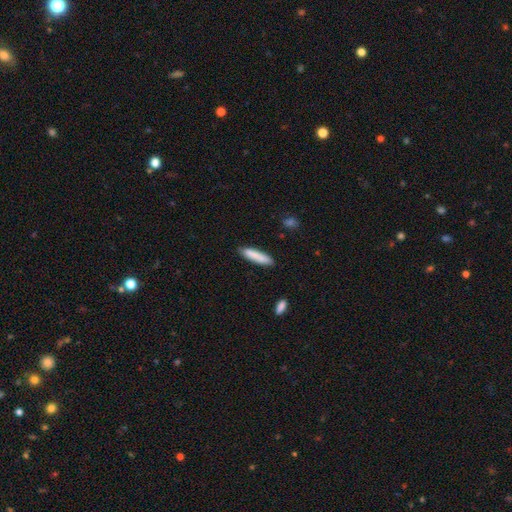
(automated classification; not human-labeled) A smooth galaxy with no disk features (85%) that is cigar-shaped (82%).

Vote fractions:
- Smooth or featured? smooth: 85% / featured or disk: 9% / star or artifact: 6%
- How rounded? cigar-shaped: 82% / in between: 17% / round: 1%
- Merging? none: 87% / minor disturbance: 9% / major disturbance: 2% / merger: 2%